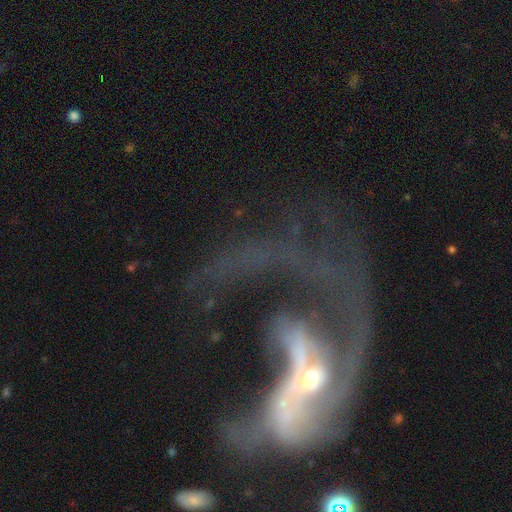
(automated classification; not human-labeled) The model was most divided on "bulge size": moderate: 43%, small: 41%, none: 7%, large: 6%, dominant: 2%. Remaining: edge-on disk — no (94%); smooth or featured — featured or disk (78%); spiral arms — yes (74%); spiral winding — loose (56%); bar — no (46%); spiral arm count — 2 (42%); merging — major disturbance (38%).